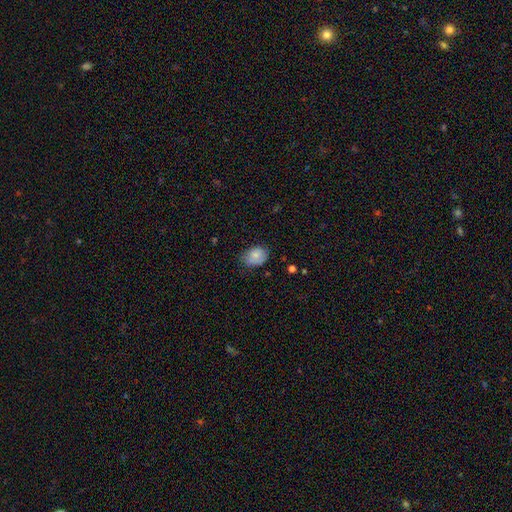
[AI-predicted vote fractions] smooth_or_featured: smooth (p=0.77) [alt: featured or disk p=0.15]
how_rounded: in between (p=0.70) [alt: round p=0.29]
merging: none (p=0.62) [alt: minor disturbance p=0.31]